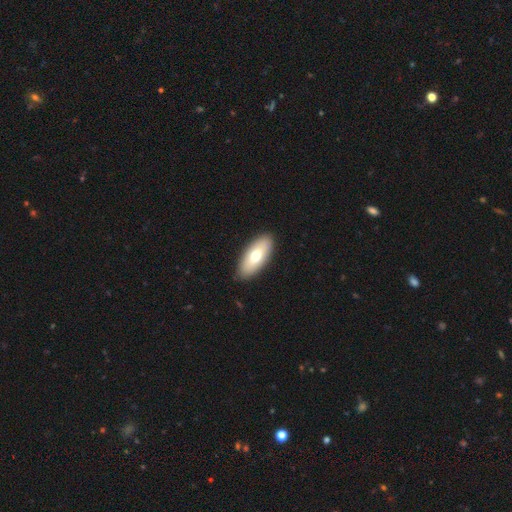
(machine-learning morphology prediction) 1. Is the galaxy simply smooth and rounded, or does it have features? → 69% smooth, 25% featured or disk, 6% star or artifact.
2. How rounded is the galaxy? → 87% in between, 11% cigar-shaped, 2% round.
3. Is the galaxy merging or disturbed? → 89% none, 8% minor disturbance, 2% major disturbance, 1% merger.